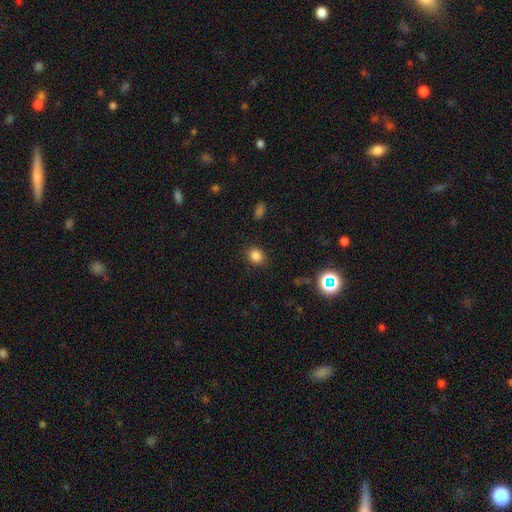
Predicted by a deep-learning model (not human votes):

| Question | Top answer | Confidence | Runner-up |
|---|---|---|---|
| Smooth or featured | smooth | 83% | star or artifact (13%) |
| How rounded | round | 75% | in between (24%) |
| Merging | none | 86% | minor disturbance (10%) |